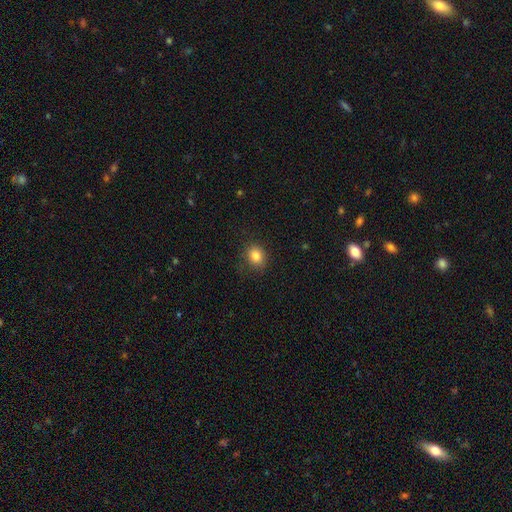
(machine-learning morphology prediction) Smooth or featured? Predicted: smooth (p=0.85). How rounded? Predicted: round (p=0.58). Merging? Predicted: none (p=0.82).